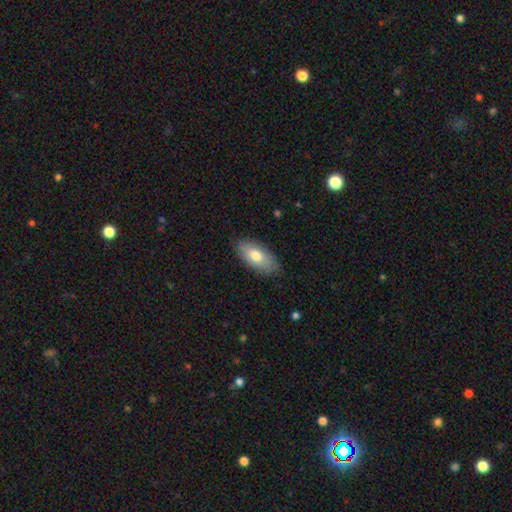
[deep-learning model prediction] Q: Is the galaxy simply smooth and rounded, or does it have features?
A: smooth — 76%.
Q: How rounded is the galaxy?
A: in between — 90%.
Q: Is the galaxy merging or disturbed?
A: none — 84%.